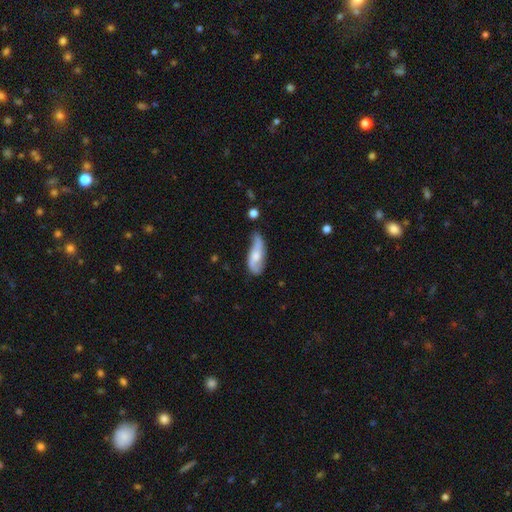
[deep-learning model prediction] Q: Smooth or featured?
A: featured or disk (53%); runner-up: smooth (41%)
Q: Edge-on disk?
A: no (85%); runner-up: yes (15%)
Q: Merging?
A: none (47%); runner-up: minor disturbance (33%)